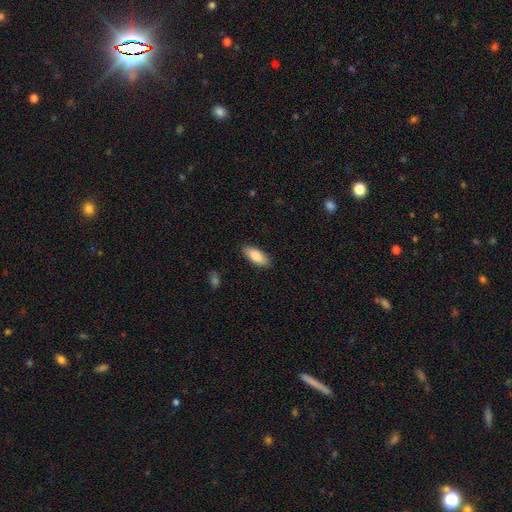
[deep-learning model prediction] smooth-or-featured: smooth: 83% | featured or disk: 12% | star or artifact: 6%
  how-rounded: in between: 75% | cigar-shaped: 24% | round: 2%
  merging: none: 87% | minor disturbance: 10% | major disturbance: 2% | merger: 1%